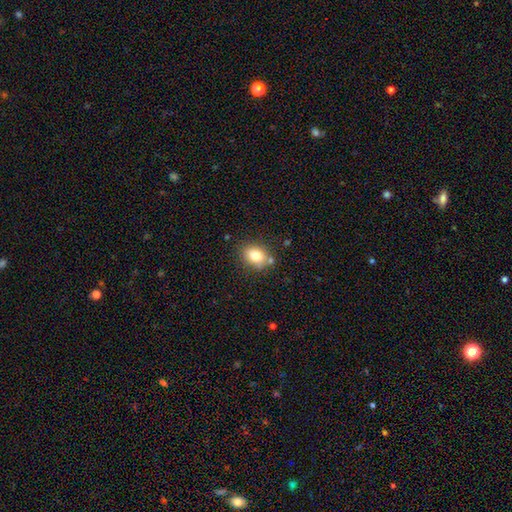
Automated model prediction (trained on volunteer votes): This appears to be a smooth galaxy with no disk features (81%) that is in between round and cigar-shaped (60%). Merging: none (74%).